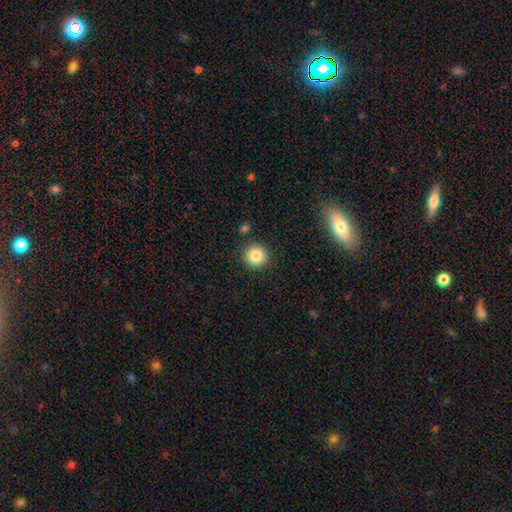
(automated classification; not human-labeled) Q: Smooth or featured?
A: smooth (85%); runner-up: star or artifact (10%)
Q: How rounded?
A: round (95%); runner-up: in between (4%)
Q: Merging?
A: none (90%); runner-up: minor disturbance (6%)